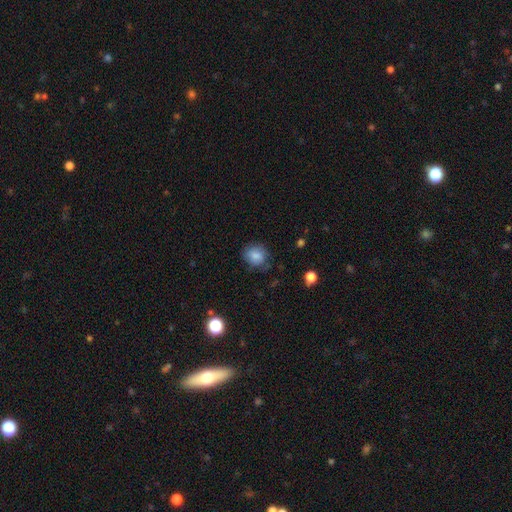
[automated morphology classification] The model was most divided on "how rounded": round: 63%, in between: 36%, cigar-shaped: 1%. More confident: smooth or featured — smooth (82%); merging — none (72%).